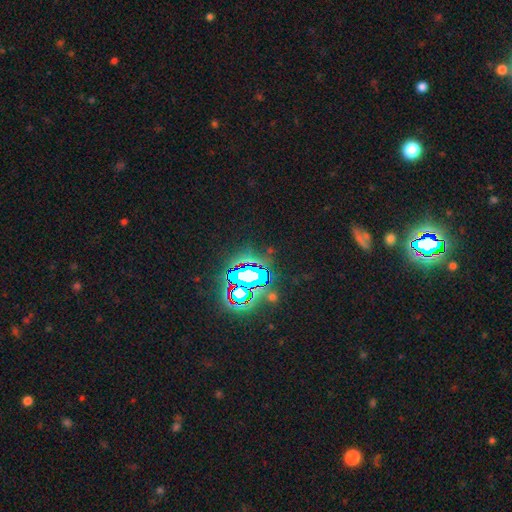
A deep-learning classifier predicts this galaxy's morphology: Smooth or featured: star or artifact — 83% (smooth — 10%)